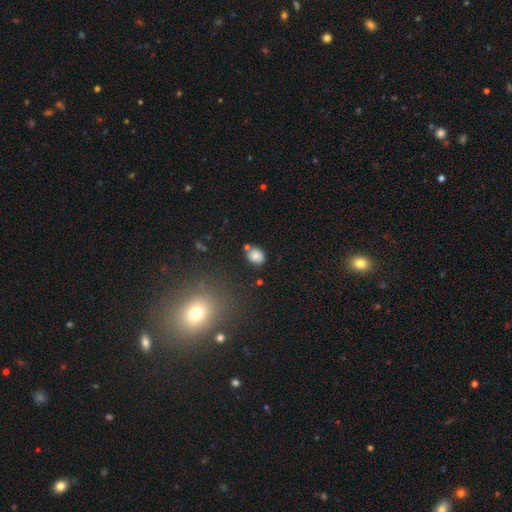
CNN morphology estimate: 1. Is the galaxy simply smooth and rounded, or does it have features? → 78% smooth, 11% featured or disk, 11% star or artifact.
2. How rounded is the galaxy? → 50% in between, 49% round, 1% cigar-shaped.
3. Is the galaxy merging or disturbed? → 69% none, 17% minor disturbance, 9% merger, 4% major disturbance.